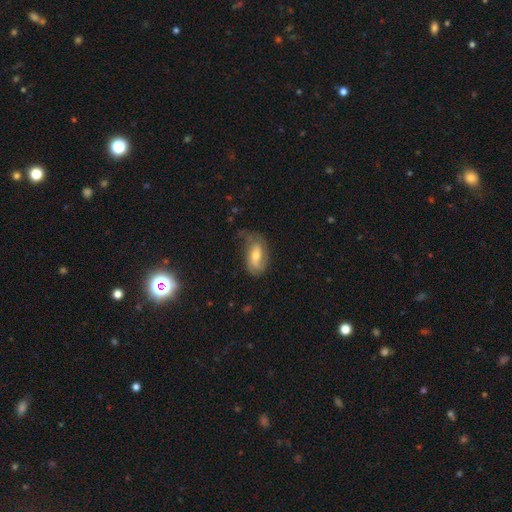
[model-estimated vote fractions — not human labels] smooth_or_featured: featured or disk (p=0.48) [alt: smooth p=0.43]
merging: none (p=0.50) [alt: minor disturbance p=0.30]